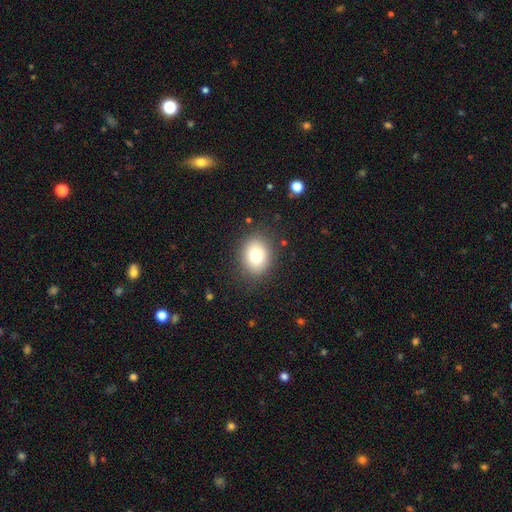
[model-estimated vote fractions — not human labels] Smooth or featured?
  - smooth: 77% *
  - featured or disk: 12%
  - star or artifact: 11%
How rounded?
  - round: 54% *
  - in between: 45%
  - cigar-shaped: 1%
Merging?
  - none: 86% *
  - minor disturbance: 9%
  - major disturbance: 4%
  - merger: 1%